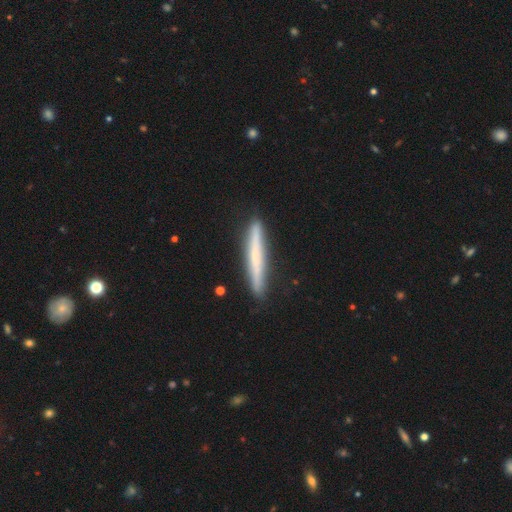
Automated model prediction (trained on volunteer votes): Smooth or featured? smooth (50%)
How rounded? cigar-shaped (96%)
Merging? none (89%)